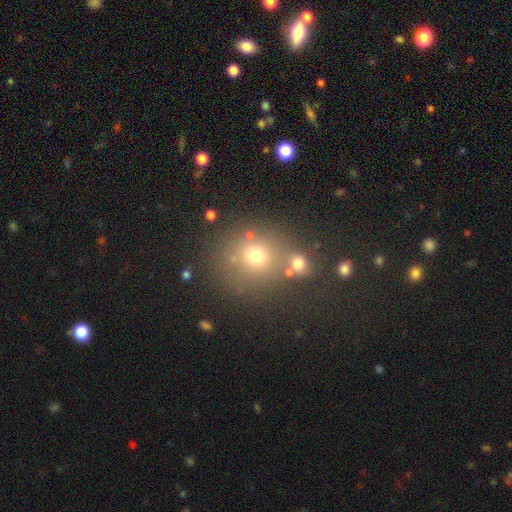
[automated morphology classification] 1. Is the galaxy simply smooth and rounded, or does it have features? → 67% smooth, 20% star or artifact, 13% featured or disk.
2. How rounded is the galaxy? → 83% round, 16% in between, 1% cigar-shaped.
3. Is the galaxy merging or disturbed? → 67% none, 16% merger, 11% minor disturbance, 5% major disturbance.